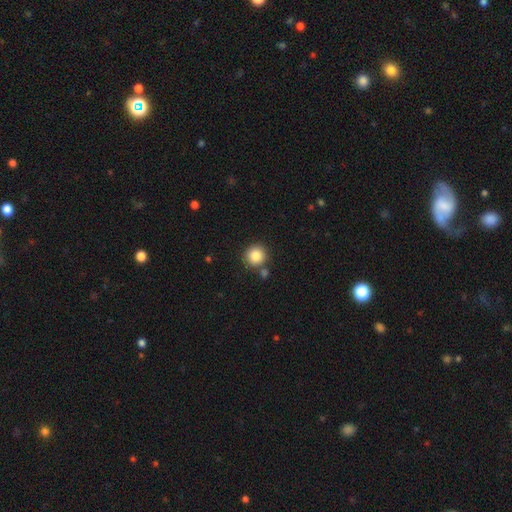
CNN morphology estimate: smooth 85%, star or artifact 10%, featured or disk 6%. Down the decision tree: how rounded — round (94%); merging — none (79%).